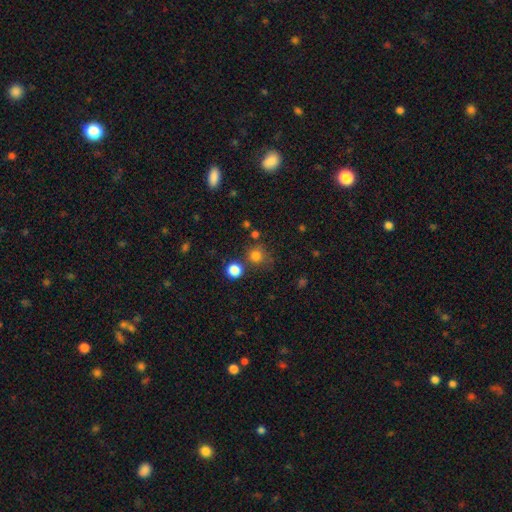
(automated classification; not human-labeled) Q: Smooth or featured?
A: smooth (78%); runner-up: star or artifact (16%)
Q: How rounded?
A: round (90%); runner-up: in between (9%)
Q: Merging?
A: none (72%); runner-up: merger (12%)